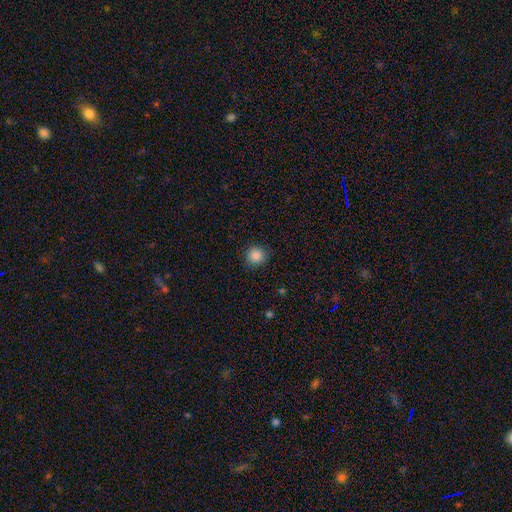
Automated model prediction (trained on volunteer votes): A smooth galaxy with no disk features (87%) that is round (91%).

Vote fractions:
- Smooth or featured? smooth: 87% / star or artifact: 10% / featured or disk: 3%
- How rounded? round: 91% / in between: 8% / cigar-shaped: 1%
- Merging? none: 88% / minor disturbance: 8% / major disturbance: 2% / merger: 1%